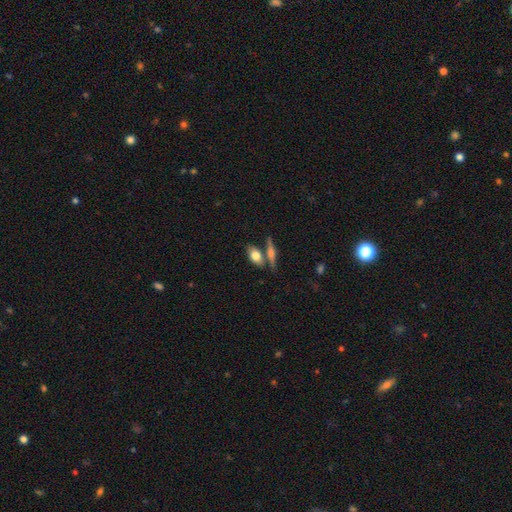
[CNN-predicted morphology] A smooth galaxy with no disk features (73%) that is in between round and cigar-shaped (80%). Merging: none (61%).